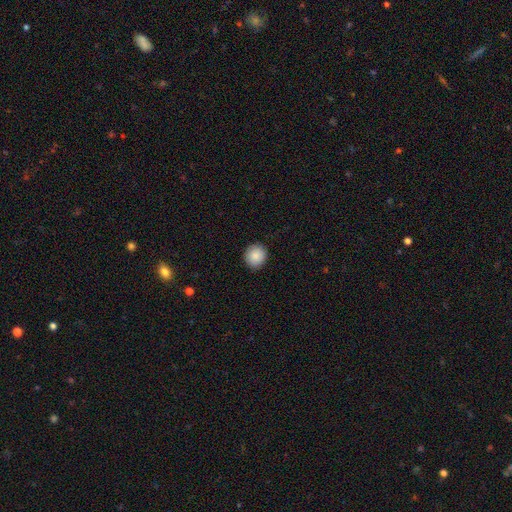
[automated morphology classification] type=smooth (89%); roundness=round (87%); merging=none (90%).